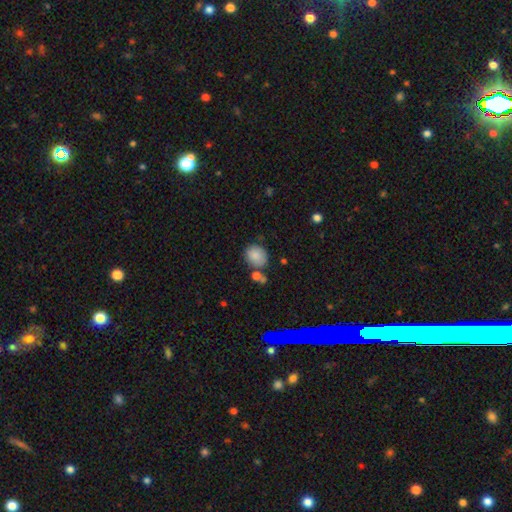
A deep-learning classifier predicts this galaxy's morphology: Q: Smooth or featured?
A: smooth (85%); runner-up: star or artifact (9%)
Q: How rounded?
A: round (66%); runner-up: in between (33%)
Q: Merging?
A: none (66%); runner-up: minor disturbance (17%)